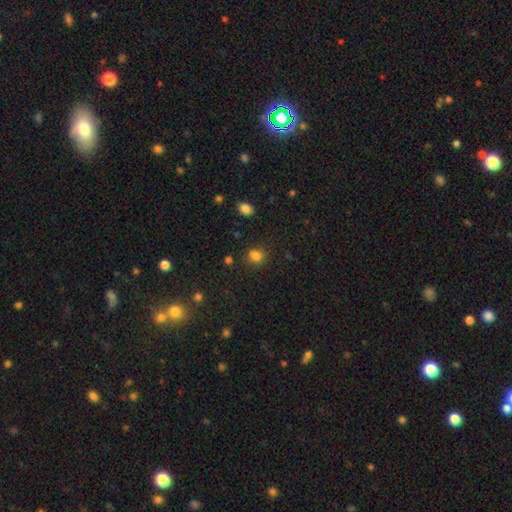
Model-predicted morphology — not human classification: smooth 79%, star or artifact 15%, featured or disk 5%. Down the decision tree: how rounded — round (56%); merging — none (69%).